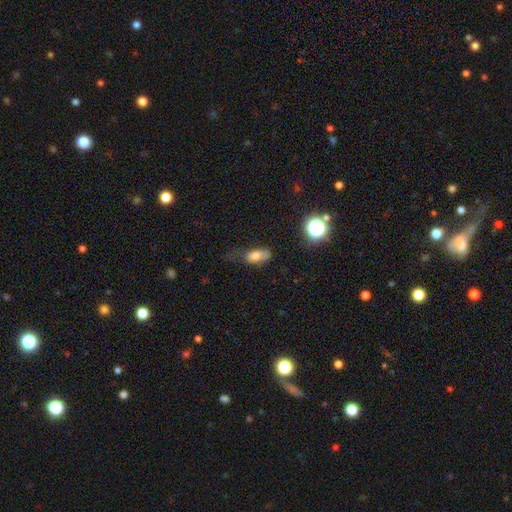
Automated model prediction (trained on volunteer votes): Q: Smooth or featured?
A: smooth (73%); runner-up: featured or disk (16%)
Q: How rounded?
A: in between (85%); runner-up: cigar-shaped (9%)
Q: Merging?
A: none (38%); runner-up: minor disturbance (34%)